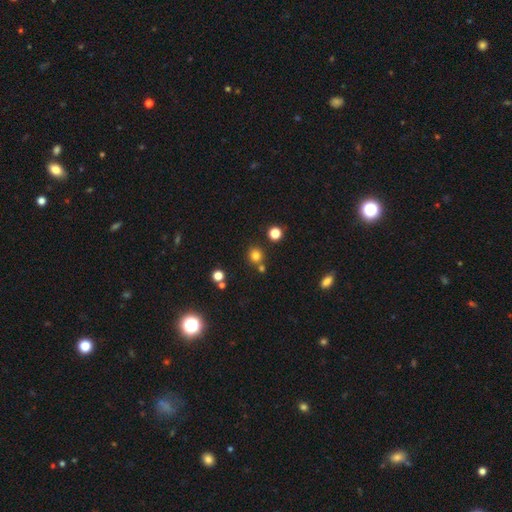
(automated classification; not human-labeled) Smooth or featured: smooth — 78% (star or artifact — 16%)
How rounded: round — 90% (in between — 10%)
Merging: none — 76% (merger — 14%)